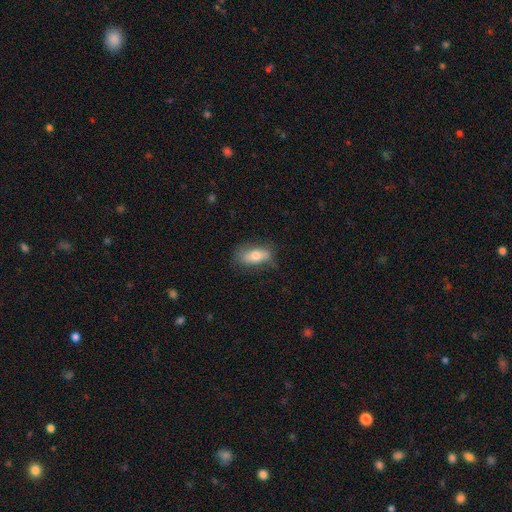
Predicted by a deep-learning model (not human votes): The model was most divided on "smooth or featured": smooth: 65%, featured or disk: 27%, star or artifact: 7%. More confident: how rounded — in between (80%); merging — none (71%).